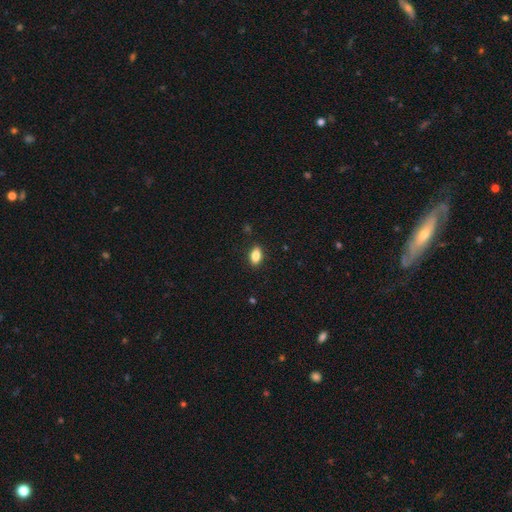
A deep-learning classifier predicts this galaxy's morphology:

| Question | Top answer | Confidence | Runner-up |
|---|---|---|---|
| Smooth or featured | smooth | 83% | star or artifact (8%) |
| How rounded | in between | 88% | round (7%) |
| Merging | none | 87% | minor disturbance (10%) |